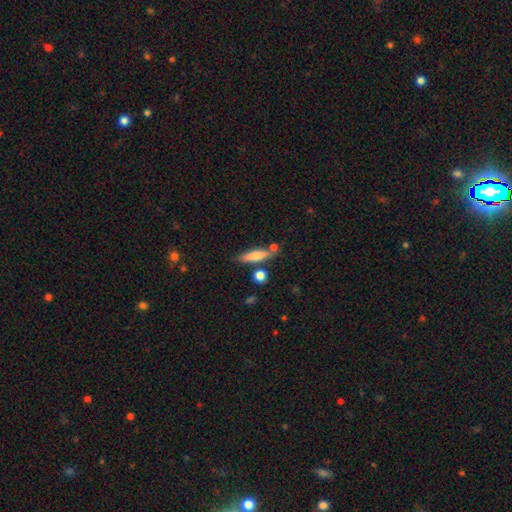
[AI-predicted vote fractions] A smooth galaxy with no disk features (75%) that is cigar-shaped (70%).

Vote fractions:
- Smooth or featured? smooth: 75% / featured or disk: 19% / star or artifact: 7%
- How rounded? cigar-shaped: 70% / in between: 27% / round: 3%
- Merging? none: 73% / minor disturbance: 14% / merger: 10% / major disturbance: 4%